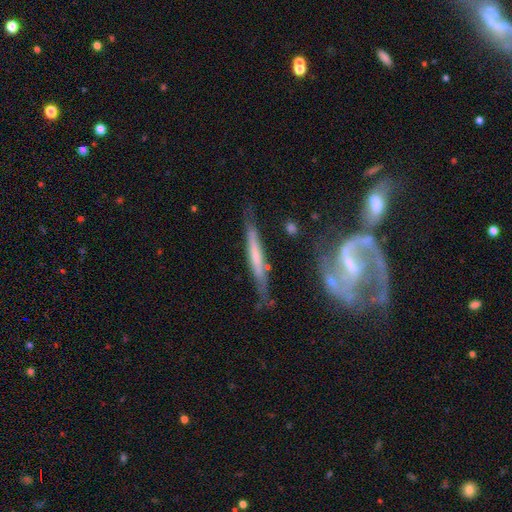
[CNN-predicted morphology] Smooth or featured: featured or disk — 63% (smooth — 31%)
Edge-on disk: yes — 83% (no — 17%)
Edge-on bulge: none — 62% (rounded — 23%)
Merging: none — 65% (minor disturbance — 20%)